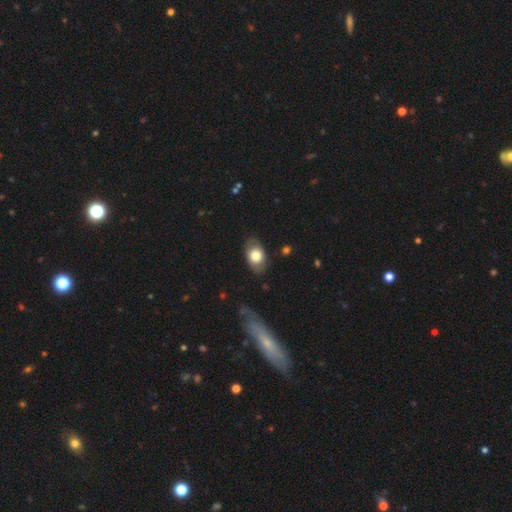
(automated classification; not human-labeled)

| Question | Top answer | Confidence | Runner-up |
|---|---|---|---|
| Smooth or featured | smooth | 69% | featured or disk (24%) |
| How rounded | in between | 84% | round (15%) |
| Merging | none | 79% | minor disturbance (15%) |